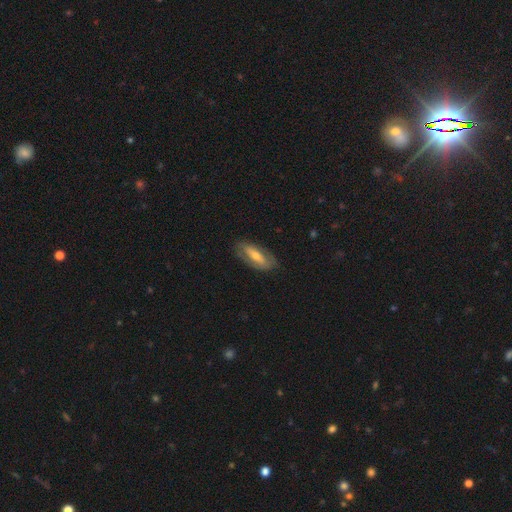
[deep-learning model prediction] smooth_or_featured: featured or disk (p=0.57) [alt: smooth p=0.34]
disk_edge_on: no (p=0.76) [alt: yes p=0.24]
merging: none (p=0.82) [alt: minor disturbance p=0.13]